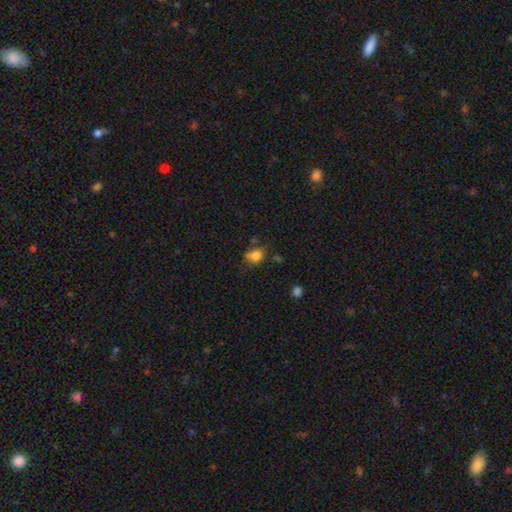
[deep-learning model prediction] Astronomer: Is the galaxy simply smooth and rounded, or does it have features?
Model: smooth — 80%.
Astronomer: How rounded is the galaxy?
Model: round — 51% (runner-up: in between, 48%).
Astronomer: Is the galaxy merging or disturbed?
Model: none — 52% (runner-up: minor disturbance, 28%).